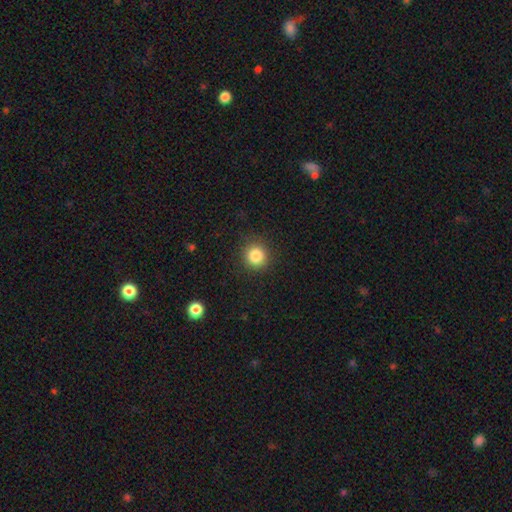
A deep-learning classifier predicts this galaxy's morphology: The model was most divided on "smooth or featured": smooth: 85%, star or artifact: 11%, featured or disk: 4%. More confident: how rounded — round (93%); merging — none (89%).